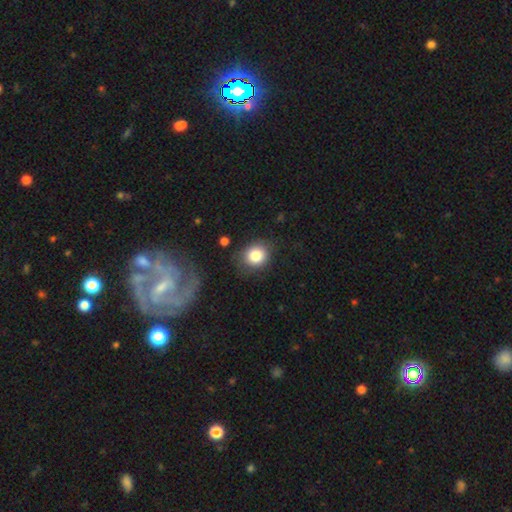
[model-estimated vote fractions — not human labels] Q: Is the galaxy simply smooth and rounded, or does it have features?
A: smooth — 82%.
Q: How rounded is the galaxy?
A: round — 74%.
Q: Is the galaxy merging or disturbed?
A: none — 77%.